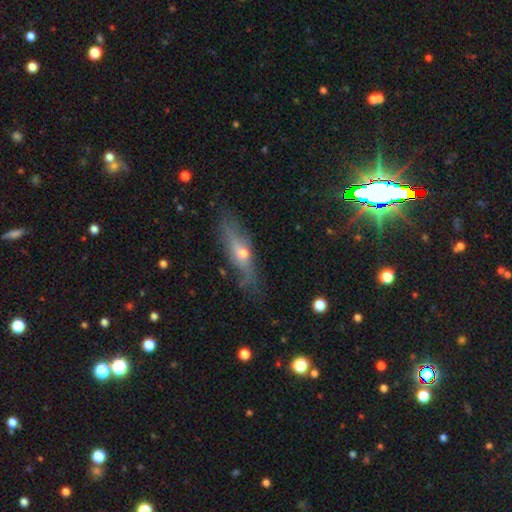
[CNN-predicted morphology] smooth_or_featured: featured or disk (p=0.53) [alt: smooth p=0.30]
disk_edge_on: yes (p=0.73) [alt: no p=0.27]
merging: none (p=0.73) [alt: minor disturbance p=0.19]